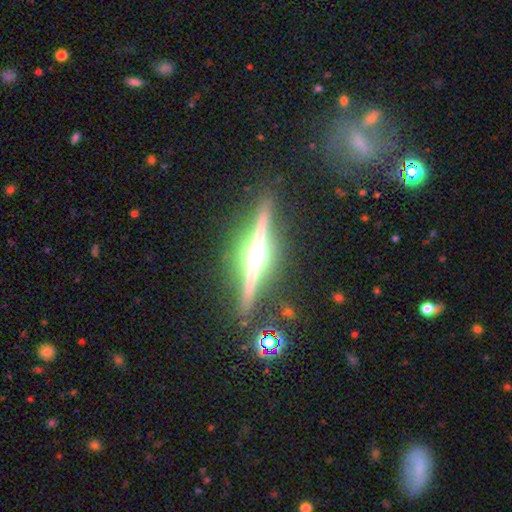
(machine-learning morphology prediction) Overall: featured or disk (87%). Edge-on disk: yes (98%). Edge-on bulge: rounded (90%). Merging: none (89%).